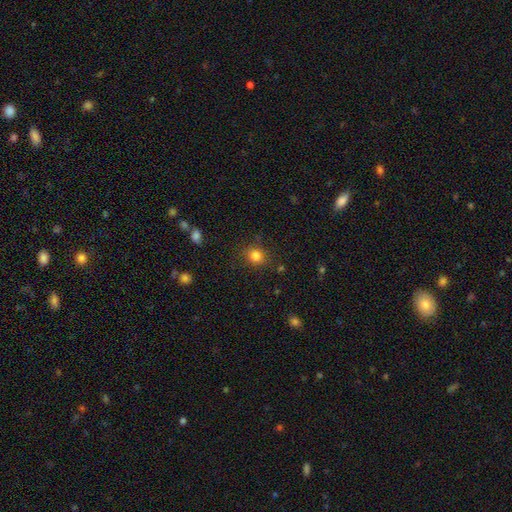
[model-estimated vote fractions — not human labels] This appears to be a smooth galaxy with no disk features (83%) that is round (83%). Merging: none (86%).